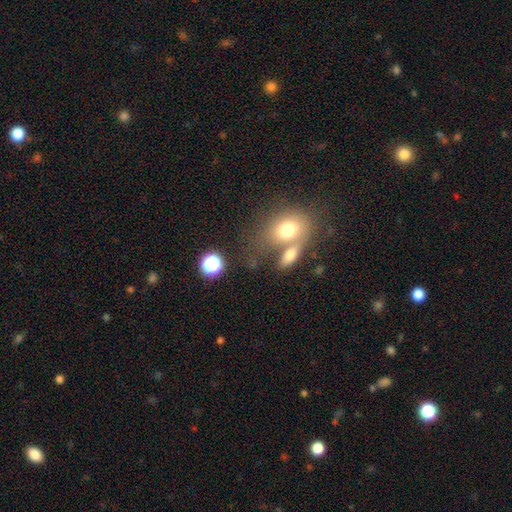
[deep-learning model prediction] Q: Smooth or featured?
A: smooth (64%); runner-up: featured or disk (18%)
Q: How rounded?
A: in between (55%); runner-up: round (42%)
Q: Merging?
A: merger (41%); runner-up: none (40%)